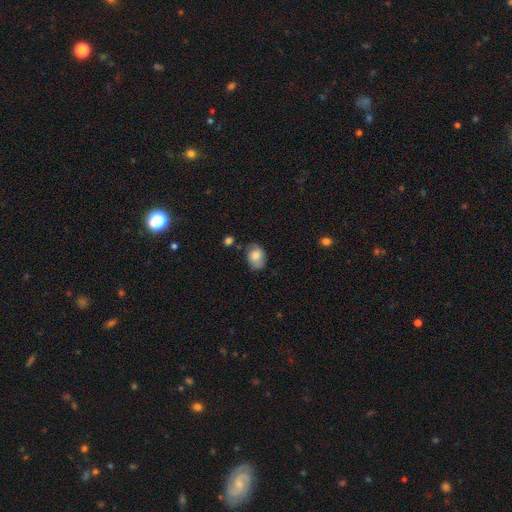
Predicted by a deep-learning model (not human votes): A smooth galaxy with no disk features (74%) that is in between round and cigar-shaped (67%).

Vote fractions:
- Smooth or featured? smooth: 74% / featured or disk: 18% / star or artifact: 8%
- How rounded? in between: 67% / round: 32% / cigar-shaped: 1%
- Merging? none: 64% / minor disturbance: 26% / major disturbance: 6% / merger: 4%